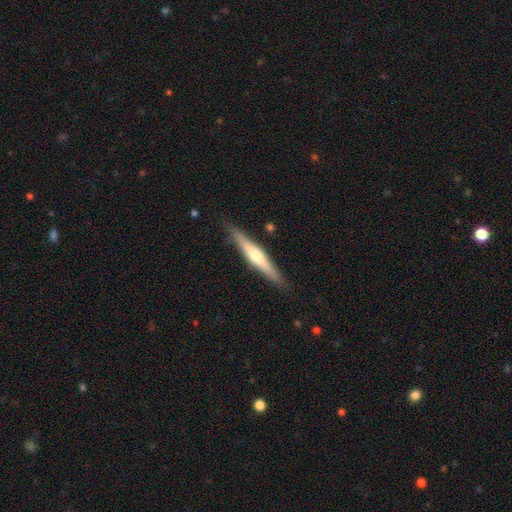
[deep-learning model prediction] A featured or disk galaxy (60%) viewed edge-on (95%) with a rounded central bulge (87%).

Vote fractions:
- Smooth or featured? featured or disk: 60% / smooth: 34% / star or artifact: 6%
- Edge-on disk? yes: 95% / no: 5%
- Edge-on bulge? rounded: 87% / none: 8% / boxy: 5%
- Merging? none: 87% / minor disturbance: 9% / major disturbance: 2% / merger: 1%